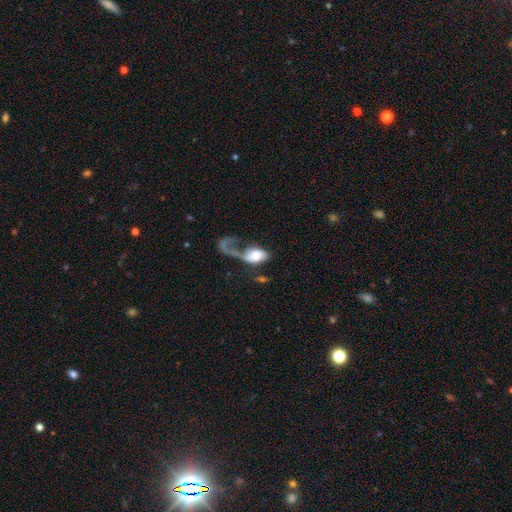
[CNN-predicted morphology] Overall: smooth (49%; featured or disk 45%). Merging: major disturbance (65%).